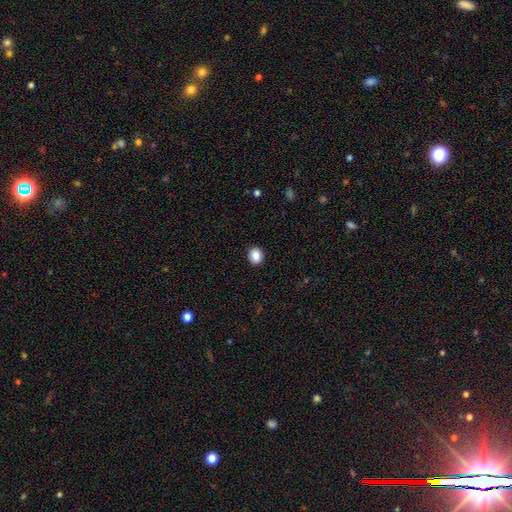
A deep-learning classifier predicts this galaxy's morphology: smooth 86%, star or artifact 9%, featured or disk 4%. Down the decision tree: how rounded — round (78%); merging — none (92%).